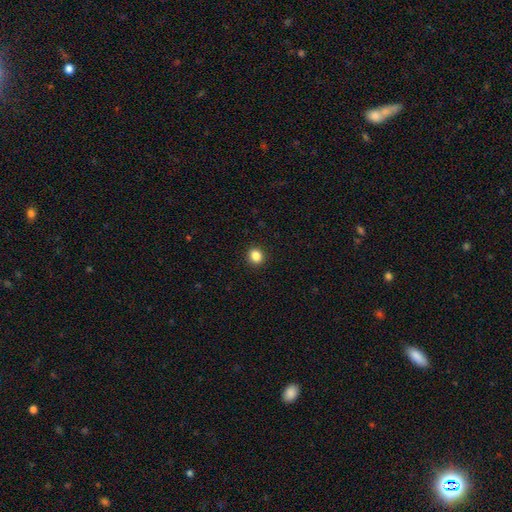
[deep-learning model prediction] Smooth or featured? smooth (85%)
How rounded? round (80%)
Merging? none (92%)